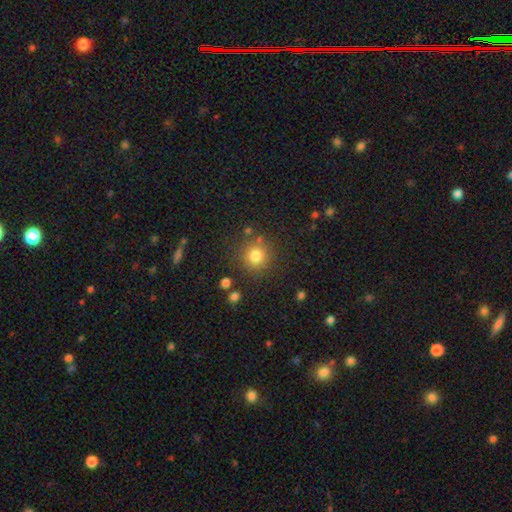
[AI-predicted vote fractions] Smooth or featured: smooth — 80% (star or artifact — 13%)
How rounded: round — 92% (in between — 7%)
Merging: none — 83% (minor disturbance — 9%)